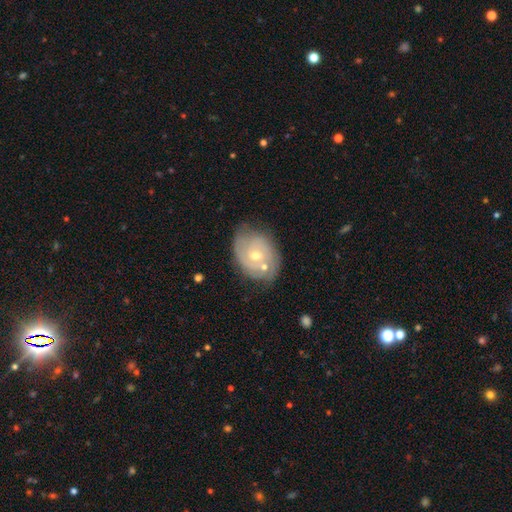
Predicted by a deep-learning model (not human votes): Smooth or featured?
  - featured or disk: 71% *
  - smooth: 22%
  - star or artifact: 7%
Edge-on disk?
  - no: 96% *
  - yes: 4%
Bar?
  - no: 74% *
  - weak: 22%
  - strong: 4%
Spiral arms?
  - yes: 82% *
  - no: 18%
Spiral winding?
  - tight: 62% *
  - medium: 29%
  - loose: 10%
Spiral arm count?
  - 2: 45% *
  - can't tell: 33%
  - 3: 12%
  - 1: 5%
  - 4: 3%
  - more than 4: 3%
Bulge size?
  - moderate: 53% *
  - small: 44%
  - large: 2%
  - none: 1%
  - dominant: 1%
Merging?
  - none: 61% *
  - minor disturbance: 22%
  - merger: 11%
  - major disturbance: 6%